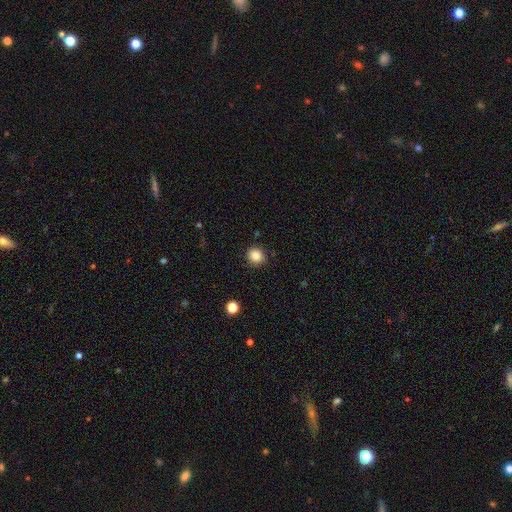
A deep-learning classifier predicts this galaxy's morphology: The model was most divided on "how rounded": round: 85%, in between: 14%, cigar-shaped: 1%. More confident: merging — none (88%); smooth or featured — smooth (85%).